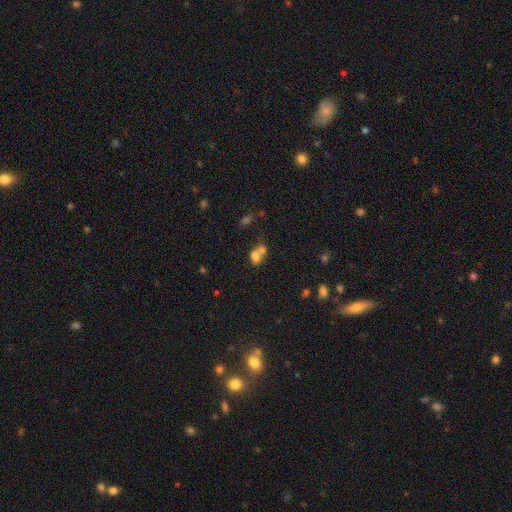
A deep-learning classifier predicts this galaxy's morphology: Smooth or featured: smooth — 72% (featured or disk — 15%)
How rounded: in between — 60% (round — 38%)
Merging: merger — 63% (none — 25%)